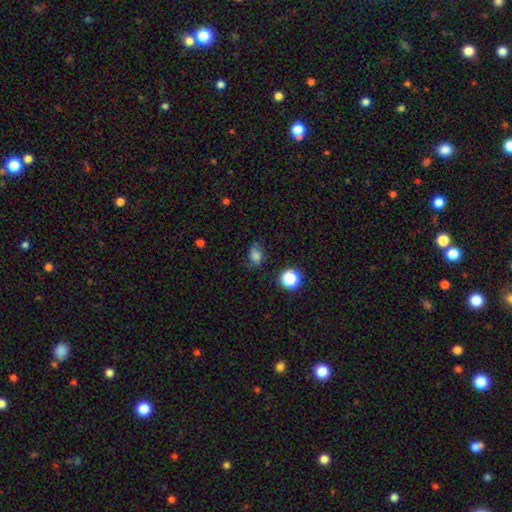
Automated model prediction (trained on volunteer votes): Smooth or featured? smooth (65%)
How rounded? in between (55%)
Merging? none (55%)